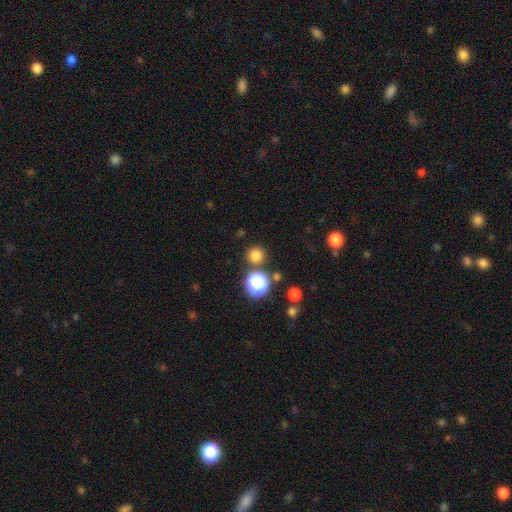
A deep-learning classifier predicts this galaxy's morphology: A smooth galaxy with no disk features (76%) that is round (94%). Merging: none (84%).